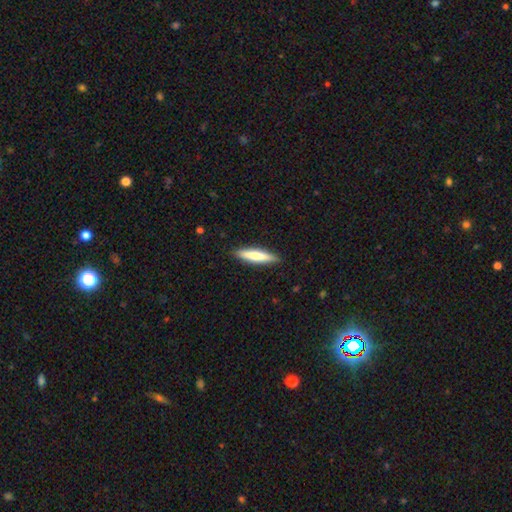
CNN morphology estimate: This is likely a smooth galaxy (70%). How rounded: clearly cigar-shaped (83%). Merging: clearly none (90%).